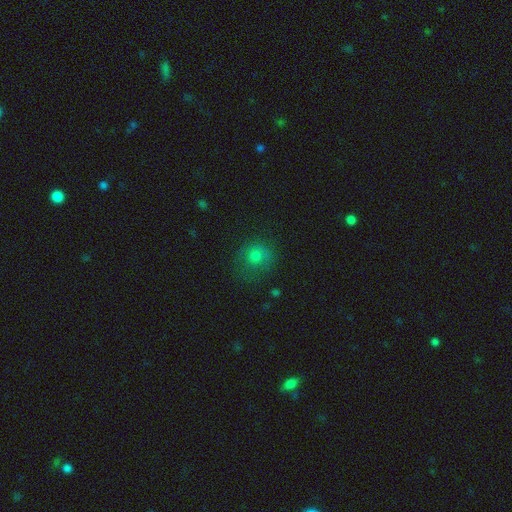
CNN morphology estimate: The model was most divided on "merging": none: 65%, minor disturbance: 21%, major disturbance: 12%, merger: 2%. More confident: how rounded — round (82%); smooth or featured — smooth (71%).